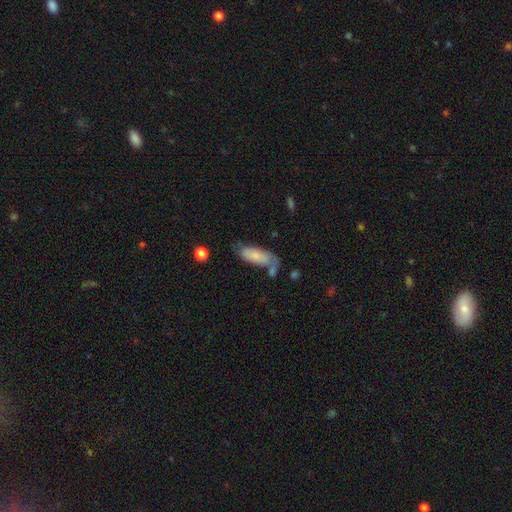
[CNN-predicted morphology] A smooth galaxy with no disk features (72%) that is in between round and cigar-shaped (74%).

Vote fractions:
- Smooth or featured? smooth: 72% / featured or disk: 21% / star or artifact: 7%
- How rounded? in between: 74% / cigar-shaped: 24% / round: 2%
- Merging? none: 46% / minor disturbance: 28% / merger: 15% / major disturbance: 12%